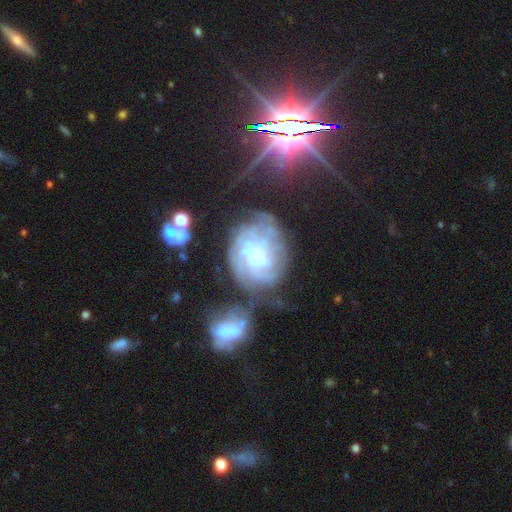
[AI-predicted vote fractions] featured or disk 71%, smooth 18%, star or artifact 11%. Down the decision tree: edge-on disk — no (97%); bar — no (67%); spiral arms — yes (70%); bulge size — small (43%); merging — none (37%).